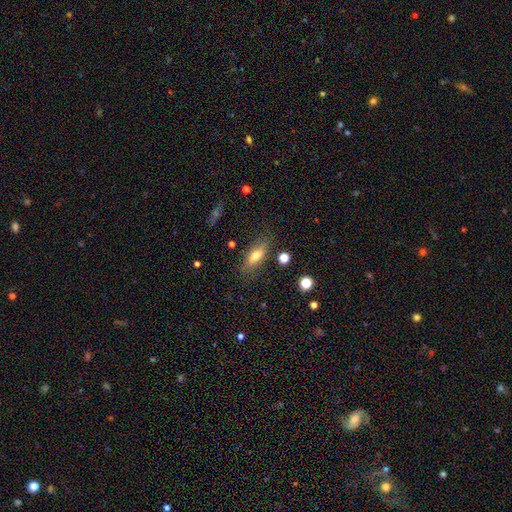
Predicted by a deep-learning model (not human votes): A smooth galaxy with no disk features (66%) that is in between round and cigar-shaped (66%).

Vote fractions:
- Smooth or featured? smooth: 66% / featured or disk: 25% / star or artifact: 9%
- How rounded? in between: 66% / cigar-shaped: 31% / round: 4%
- Merging? none: 79% / minor disturbance: 14% / major disturbance: 4% / merger: 3%